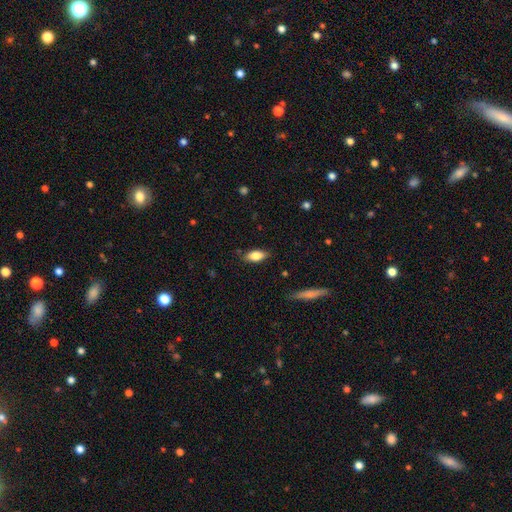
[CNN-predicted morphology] The model was most divided on "smooth or featured": smooth: 81%, featured or disk: 12%, star or artifact: 7%. More confident: how rounded — in between (85%); merging — none (83%).